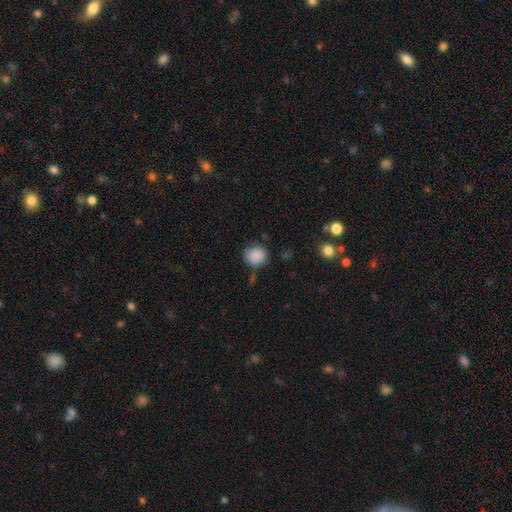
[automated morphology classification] Overall: smooth (87%). How rounded: round (82%). Merging: none (74%).